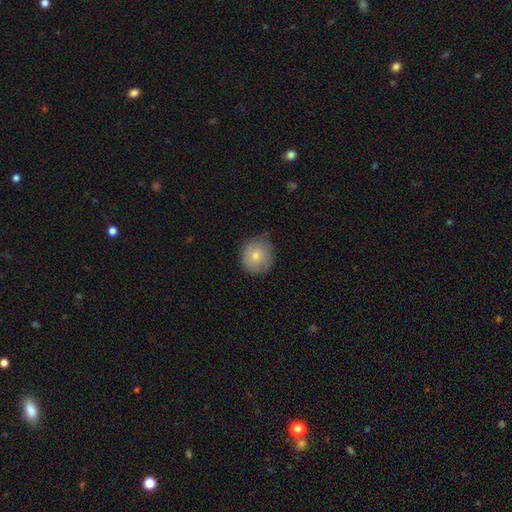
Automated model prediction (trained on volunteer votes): Smooth or featured?
  - smooth: 78% *
  - featured or disk: 14%
  - star or artifact: 8%
How rounded?
  - round: 87% *
  - in between: 12%
  - cigar-shaped: 1%
Merging?
  - none: 73% *
  - minor disturbance: 22%
  - major disturbance: 4%
  - merger: 1%